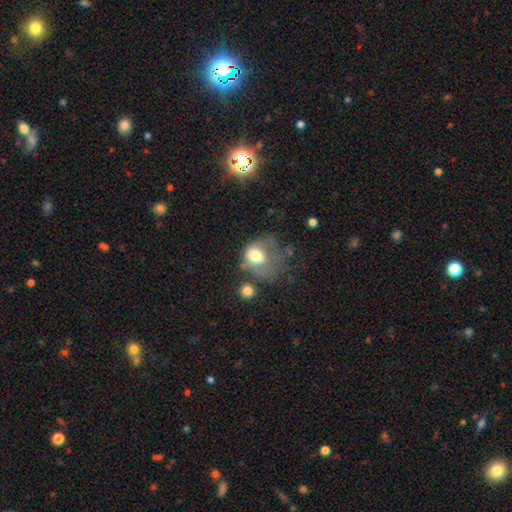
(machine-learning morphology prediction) Smooth or featured? Predicted: smooth (p=0.60). How rounded? Predicted: round (p=0.53). Merging? Predicted: major disturbance (p=0.51).